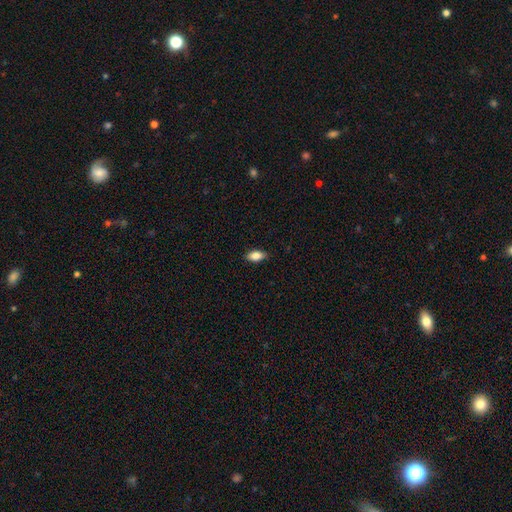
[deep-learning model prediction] smooth_or_featured: smooth (p=0.81) [alt: featured or disk p=0.11]
how_rounded: in between (p=0.88) [alt: cigar-shaped p=0.08]
merging: none (p=0.86) [alt: minor disturbance p=0.11]